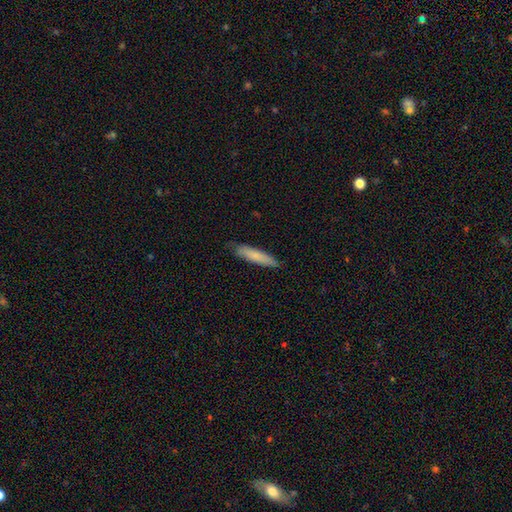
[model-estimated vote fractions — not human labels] Smooth or featured?
  - smooth: 79% *
  - featured or disk: 16%
  - star or artifact: 5%
How rounded?
  - cigar-shaped: 86% *
  - in between: 12%
  - round: 1%
Merging?
  - none: 84% *
  - minor disturbance: 13%
  - major disturbance: 2%
  - merger: 1%